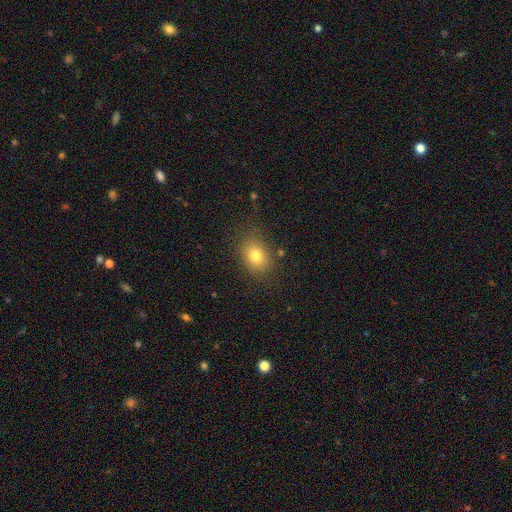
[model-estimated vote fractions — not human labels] smooth 78%, star or artifact 12%, featured or disk 10%. Down the decision tree: how rounded — in between (59%); merging — none (81%).